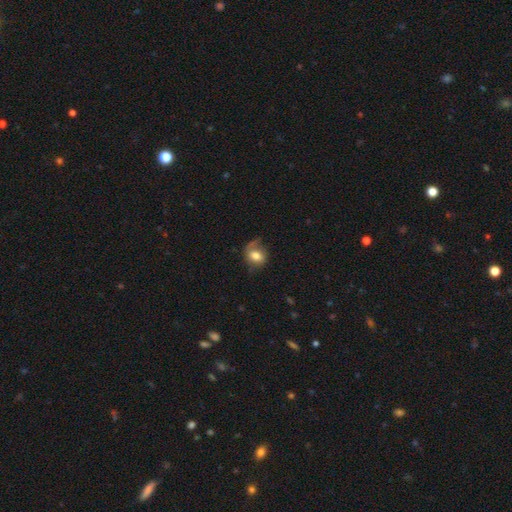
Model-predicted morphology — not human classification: Smooth or featured? smooth (68%)
How rounded? in between (52%)
Merging? none (46%)